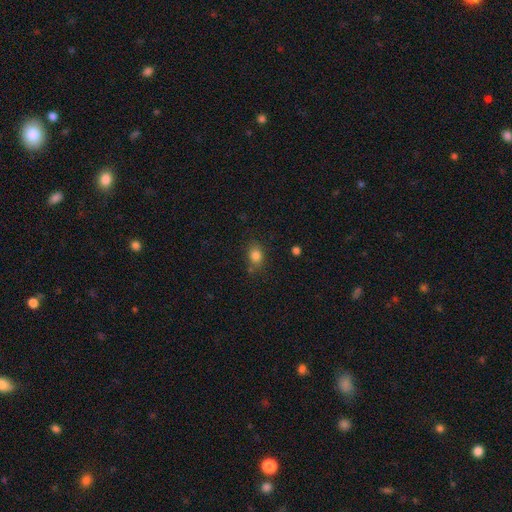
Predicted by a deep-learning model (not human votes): The model was most divided on "how rounded": in between: 52%, round: 47%, cigar-shaped: 1%. More confident: smooth or featured — smooth (83%); merging — none (74%).